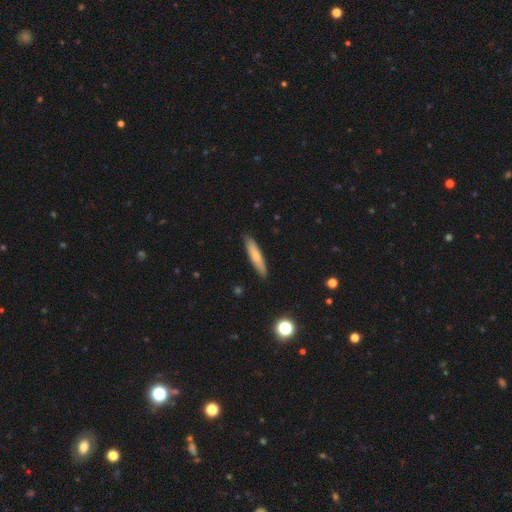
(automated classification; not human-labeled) smooth 70%, featured or disk 24%, star or artifact 6%. Down the decision tree: how rounded — cigar-shaped (86%); merging — none (89%).